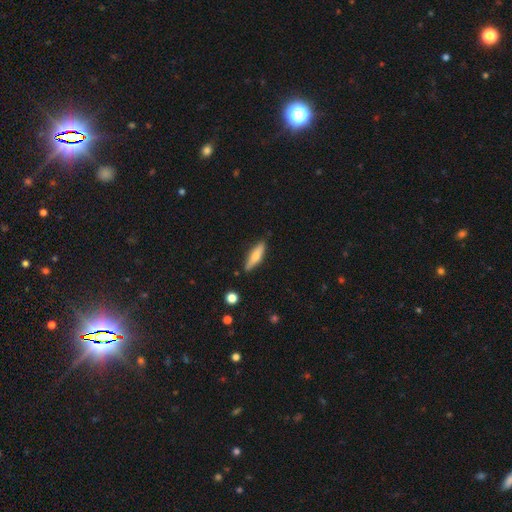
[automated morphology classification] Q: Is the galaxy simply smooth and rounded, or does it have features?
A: smooth — 68%.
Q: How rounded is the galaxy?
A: cigar-shaped — 67%.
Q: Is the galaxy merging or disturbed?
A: none — 84%.